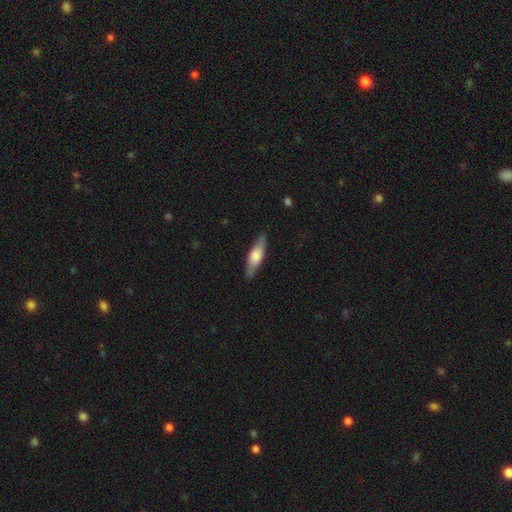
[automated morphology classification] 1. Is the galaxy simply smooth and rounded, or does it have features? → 59% smooth, 35% featured or disk, 5% star or artifact.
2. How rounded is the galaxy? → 54% cigar-shaped, 44% in between, 2% round.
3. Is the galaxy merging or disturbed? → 84% none, 12% minor disturbance, 2% major disturbance, 1% merger.